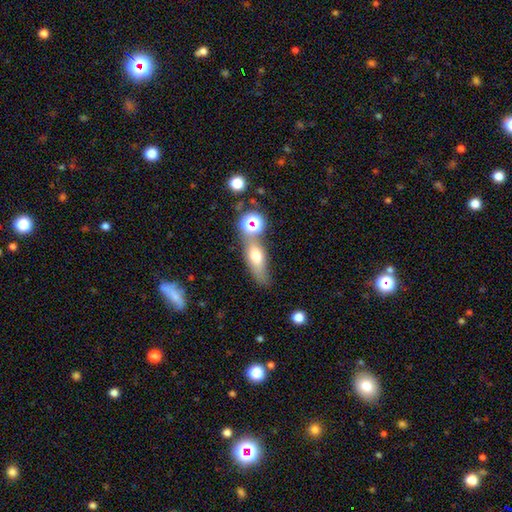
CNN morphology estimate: Smooth or featured? Predicted: smooth (p=0.57). How rounded? Predicted: in between (p=0.53). Merging? Predicted: none (p=0.57).